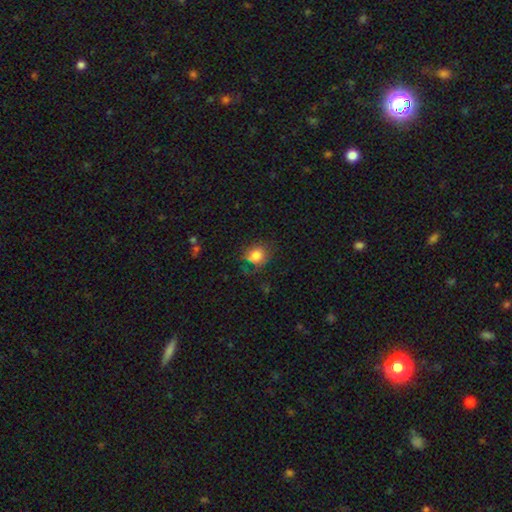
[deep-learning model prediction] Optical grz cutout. It shows a smooth galaxy with no disk features (79%) that is round (70%). Merging: none (66%).